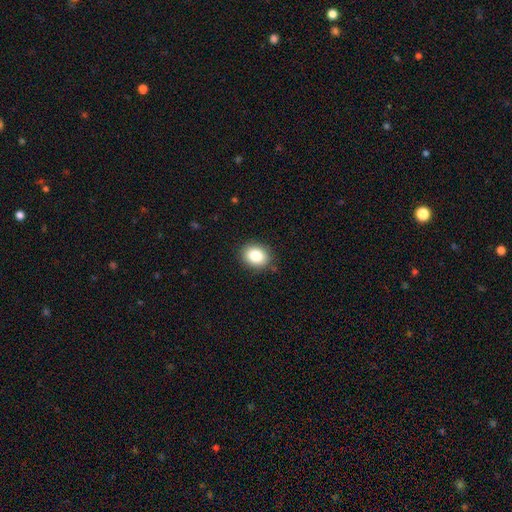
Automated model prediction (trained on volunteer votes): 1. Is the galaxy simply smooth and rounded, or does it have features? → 85% smooth, 9% star or artifact, 6% featured or disk.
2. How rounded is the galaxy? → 53% in between, 47% round, 1% cigar-shaped.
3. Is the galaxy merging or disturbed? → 88% none, 9% minor disturbance, 2% major disturbance, 1% merger.